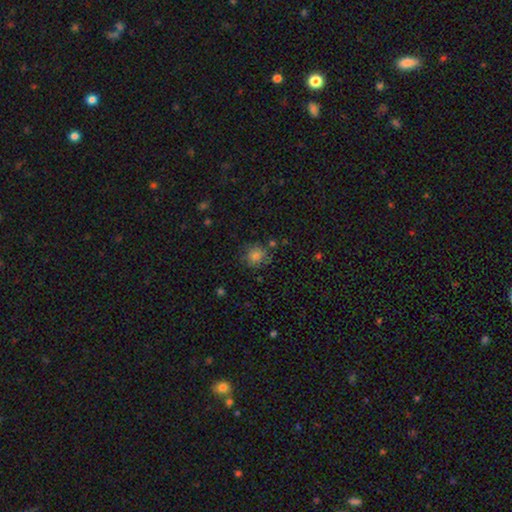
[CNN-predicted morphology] smooth 78%, star or artifact 13%, featured or disk 9%. Down the decision tree: how rounded — round (86%); merging — none (72%).